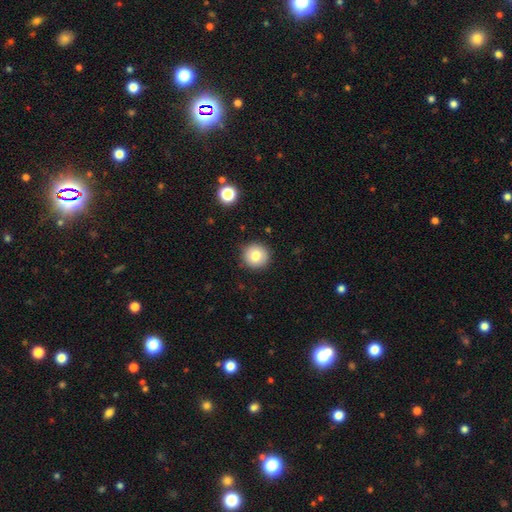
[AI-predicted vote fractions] smooth_or_featured: smooth (p=0.80) [alt: featured or disk p=0.10]
how_rounded: round (p=0.94) [alt: in between p=0.05]
merging: none (p=0.90) [alt: minor disturbance p=0.06]